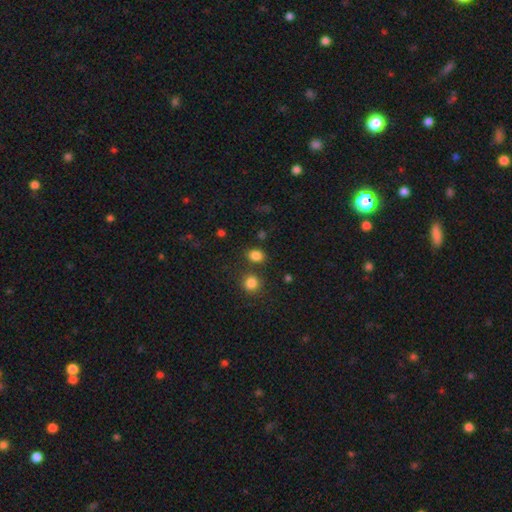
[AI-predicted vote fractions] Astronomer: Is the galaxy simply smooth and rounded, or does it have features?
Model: smooth — 83%.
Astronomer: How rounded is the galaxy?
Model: in between — 55% (runner-up: round, 44%).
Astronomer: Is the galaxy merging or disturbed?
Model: none — 76%.